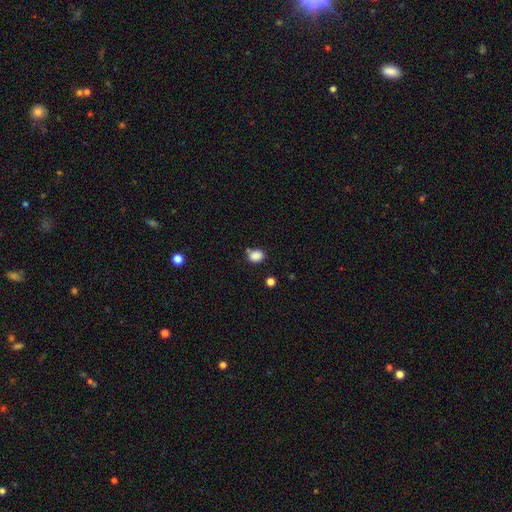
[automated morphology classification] Overall: smooth (86%). How rounded: round (52%; in between 47%). Merging: none (67%).